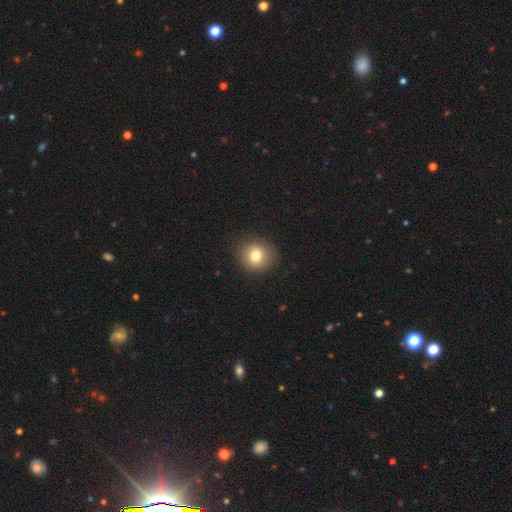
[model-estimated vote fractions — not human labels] Morphology: type=smooth (79%); roundness=round (85%); merging=none (89%).